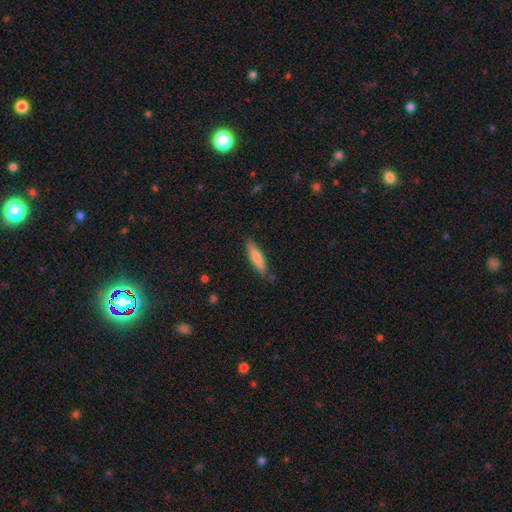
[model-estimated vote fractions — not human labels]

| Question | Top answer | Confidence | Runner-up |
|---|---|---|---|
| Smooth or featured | smooth | 74% | featured or disk (21%) |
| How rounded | cigar-shaped | 81% | in between (18%) |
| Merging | none | 83% | minor disturbance (13%) |